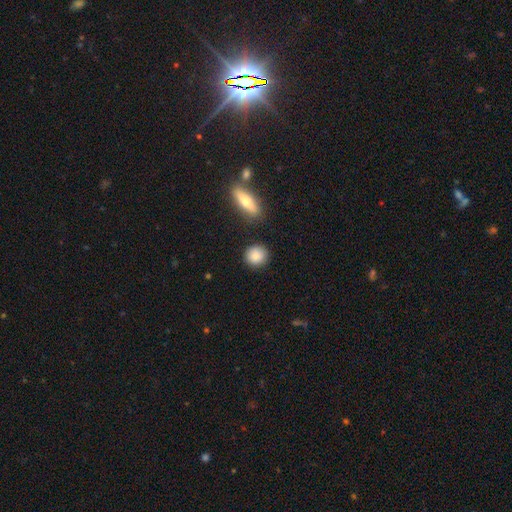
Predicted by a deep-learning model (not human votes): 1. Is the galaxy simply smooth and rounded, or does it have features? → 87% smooth, 7% star or artifact, 6% featured or disk.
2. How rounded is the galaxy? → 83% round, 15% in between, 2% cigar-shaped.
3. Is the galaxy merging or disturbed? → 86% none, 8% minor disturbance, 3% merger, 2% major disturbance.